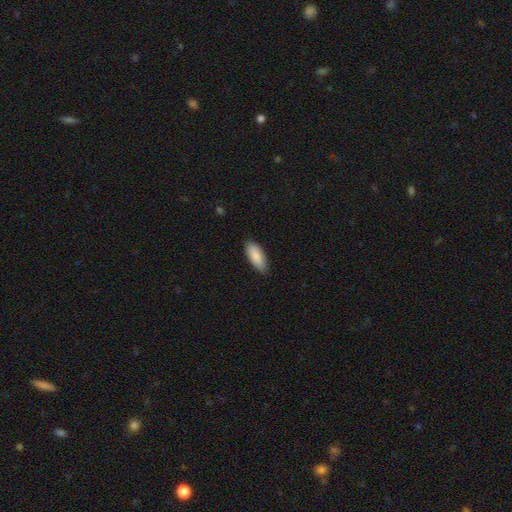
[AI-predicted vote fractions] Q: Smooth or featured?
A: smooth (88%); runner-up: featured or disk (7%)
Q: How rounded?
A: in between (81%); runner-up: cigar-shaped (17%)
Q: Merging?
A: none (81%); runner-up: minor disturbance (16%)